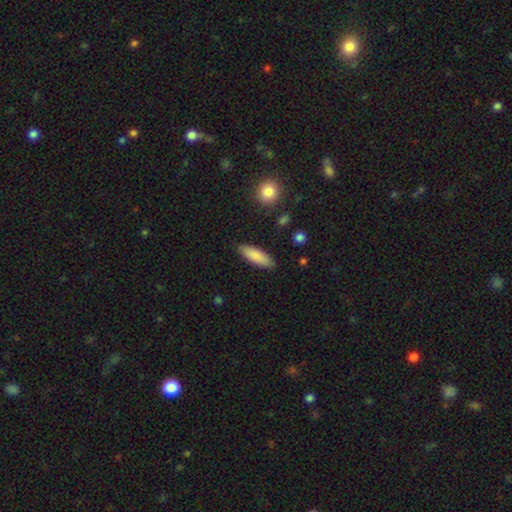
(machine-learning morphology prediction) Q: Smooth or featured?
A: smooth (86%); runner-up: featured or disk (9%)
Q: How rounded?
A: in between (56%); runner-up: cigar-shaped (42%)
Q: Merging?
A: none (87%); runner-up: minor disturbance (9%)